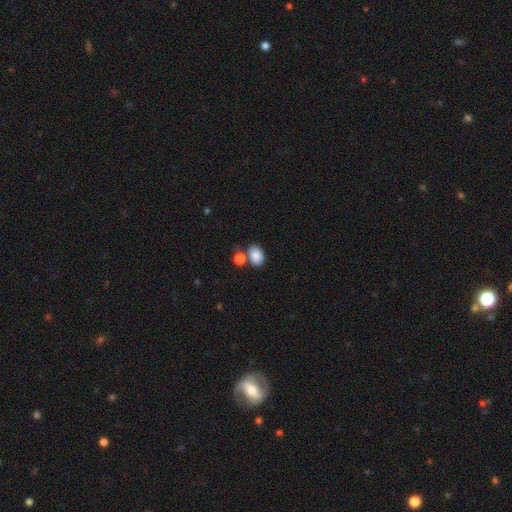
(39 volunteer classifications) A smooth galaxy with no disk features (95%) that is in between round and cigar-shaped (73%).

Vote fractions:
- Smooth or featured? smooth: 95% / featured or disk: 3% / star or artifact: 3%
- How rounded? in between: 73% / round: 27% / cigar-shaped: 0%
- Merging? none: 71% / merger: 18% / minor disturbance: 11% / major disturbance: 0%